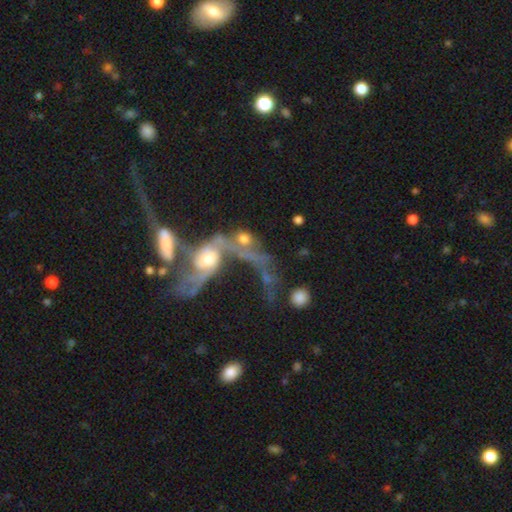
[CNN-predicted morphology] type=featured or disk (72%); edge-on=no (91%); bar=no (65%); spiral arms=yes (68%); bulge=moderate (51%); merging=merger (61%).